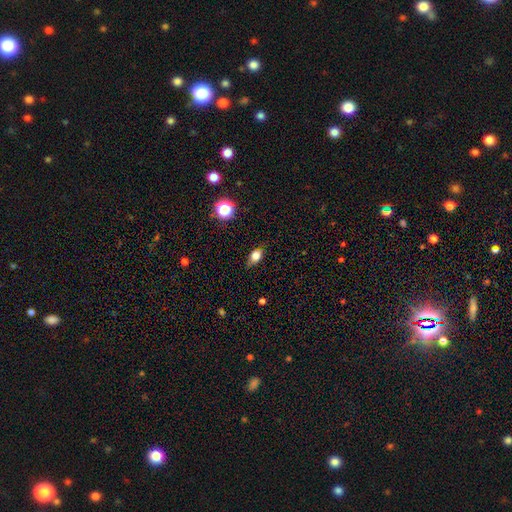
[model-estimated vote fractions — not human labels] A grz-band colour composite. It shows a smooth galaxy with no disk features (77%) that is in between round and cigar-shaped (79%). Merging: none (81%).